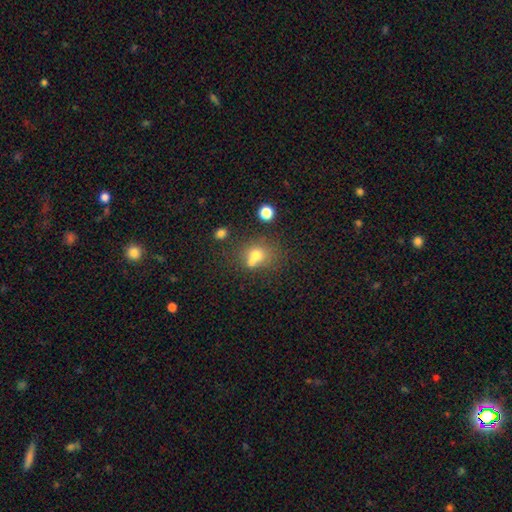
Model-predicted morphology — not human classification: smooth 69%, featured or disk 16%, star or artifact 15%. Down the decision tree: how rounded — round (66%); merging — none (41%).